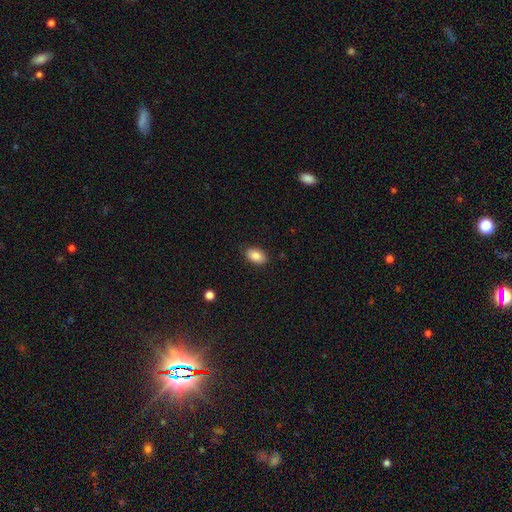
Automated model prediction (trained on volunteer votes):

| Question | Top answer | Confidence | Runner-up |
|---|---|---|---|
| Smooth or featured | smooth | 87% | star or artifact (7%) |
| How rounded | in between | 92% | round (7%) |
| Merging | none | 86% | minor disturbance (10%) |